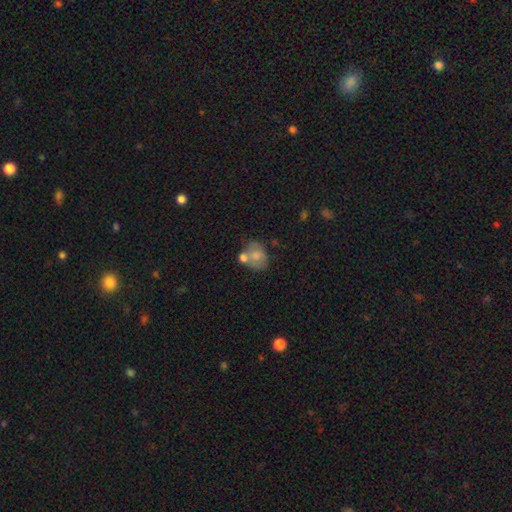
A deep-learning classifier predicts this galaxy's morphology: Overall: smooth (65%; featured or disk 27%). How rounded: round (51%; in between 48%). Merging: merger (38%; none 35%).